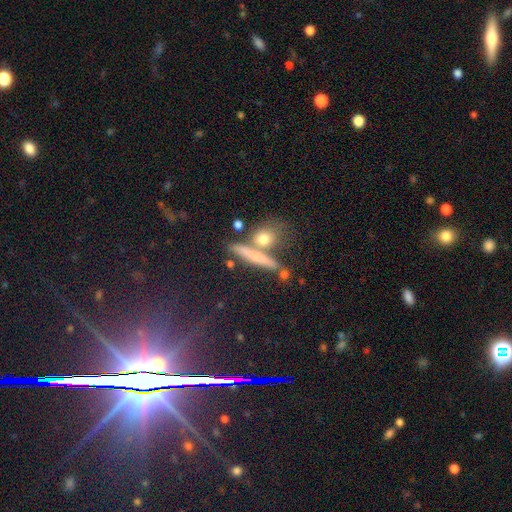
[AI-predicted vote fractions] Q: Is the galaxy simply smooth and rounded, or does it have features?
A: smooth — 49%.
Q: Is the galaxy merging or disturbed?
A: none — 67%.